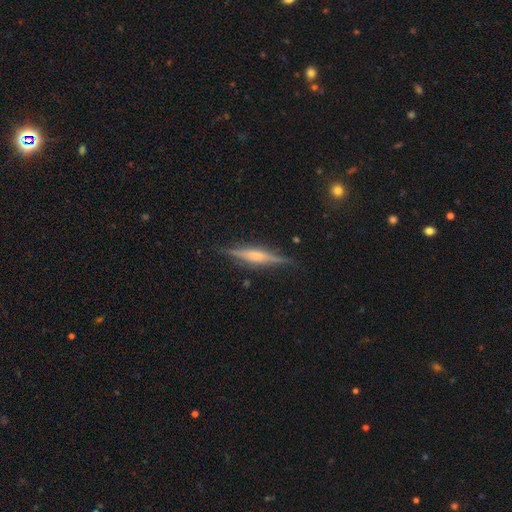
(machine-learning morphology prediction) Smooth or featured? Predicted: featured or disk (p=0.70). Edge-on disk? Predicted: yes (p=0.97). Edge-on bulge? Predicted: rounded (p=0.59). Merging? Predicted: none (p=0.86).